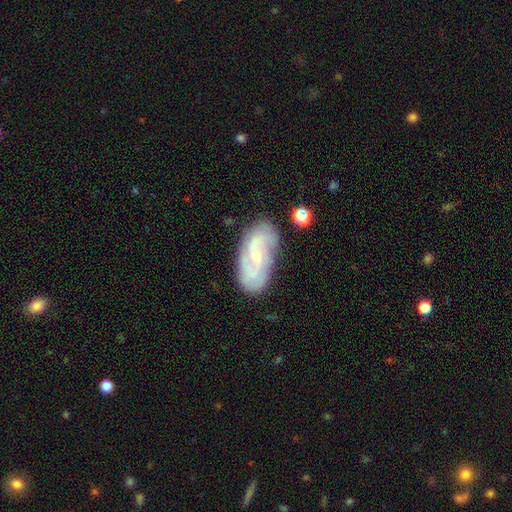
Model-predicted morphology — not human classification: Q: Smooth or featured?
A: featured or disk (76%); runner-up: smooth (17%)
Q: Edge-on disk?
A: no (95%); runner-up: yes (5%)
Q: Bar?
A: no (48%); runner-up: weak (42%)
Q: Spiral arms?
A: yes (93%); runner-up: no (7%)
Q: Spiral winding?
A: medium (42%); runner-up: tight (39%)
Q: Spiral arm count?
A: 2 (46%); runner-up: can't tell (24%)
Q: Bulge size?
A: small (72%); runner-up: moderate (20%)
Q: Merging?
A: none (73%); runner-up: minor disturbance (19%)